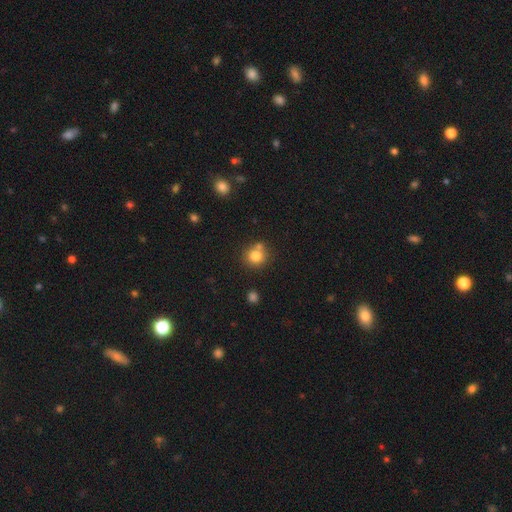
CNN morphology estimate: Overall: smooth (80%). How rounded: round (89%). Merging: none (64%).